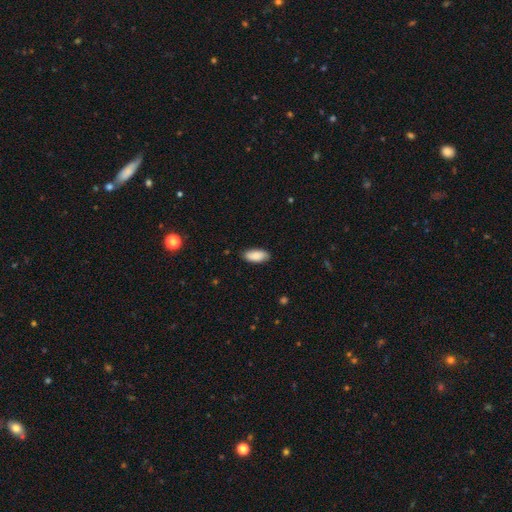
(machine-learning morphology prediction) Smooth or featured?
  - smooth: 88% *
  - star or artifact: 6%
  - featured or disk: 6%
How rounded?
  - in between: 88% *
  - cigar-shaped: 10%
  - round: 2%
Merging?
  - none: 86% *
  - minor disturbance: 11%
  - major disturbance: 2%
  - merger: 1%